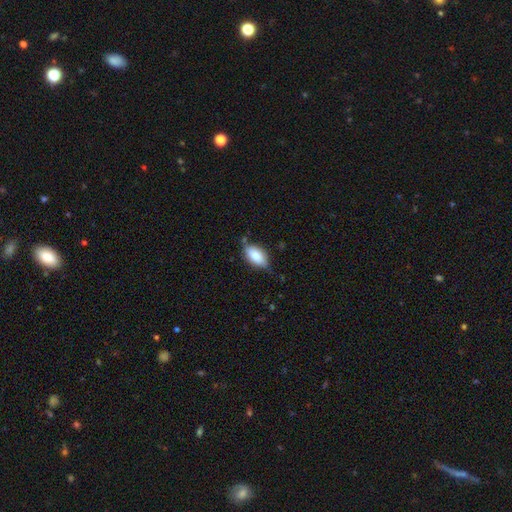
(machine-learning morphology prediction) Overall: smooth (83%). How rounded: in between (91%). Merging: none (63%; minor disturbance 28%).